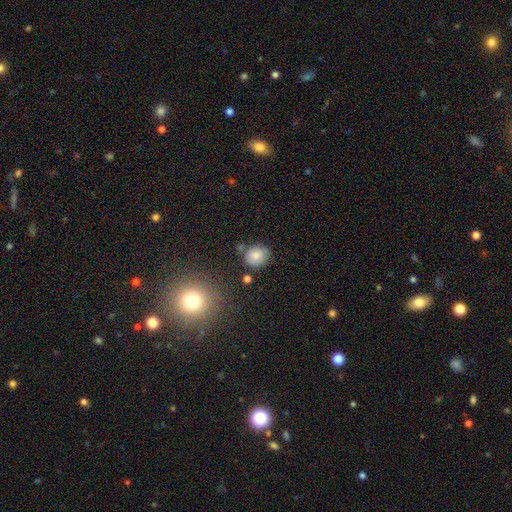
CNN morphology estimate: type=smooth (81%); roundness=round (72%); merging=none (71%).